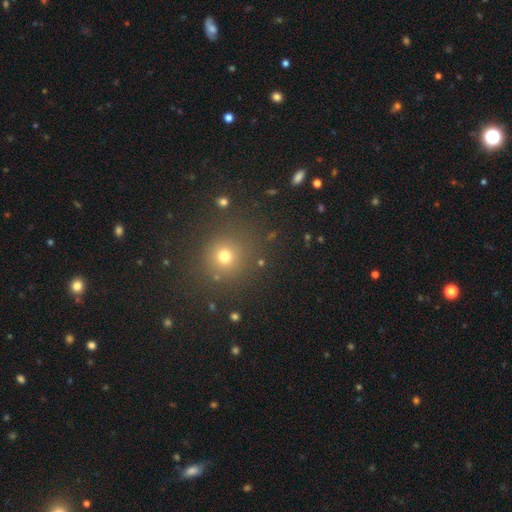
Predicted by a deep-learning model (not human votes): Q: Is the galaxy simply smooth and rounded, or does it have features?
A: smooth — 55%.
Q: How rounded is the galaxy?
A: round — 92%.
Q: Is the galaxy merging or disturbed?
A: none — 90%.